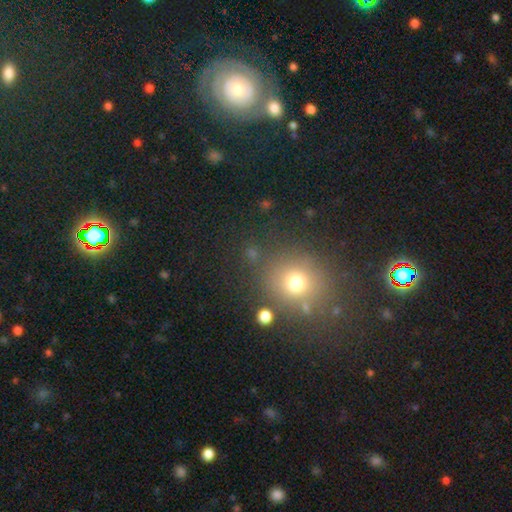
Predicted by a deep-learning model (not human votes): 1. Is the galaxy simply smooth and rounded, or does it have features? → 56% smooth, 32% star or artifact, 12% featured or disk.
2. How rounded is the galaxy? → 82% round, 17% in between, 1% cigar-shaped.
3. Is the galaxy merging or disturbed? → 79% none, 10% minor disturbance, 7% merger, 5% major disturbance.